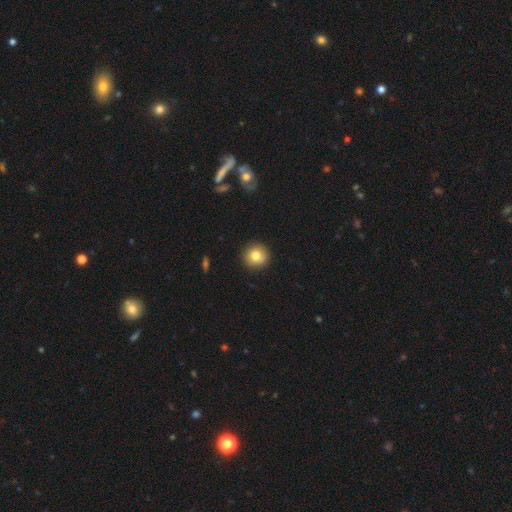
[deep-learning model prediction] smooth_or_featured: smooth (p=0.79) [alt: featured or disk p=0.11]
how_rounded: round (p=0.94) [alt: in between p=0.05]
merging: none (p=0.90) [alt: minor disturbance p=0.07]